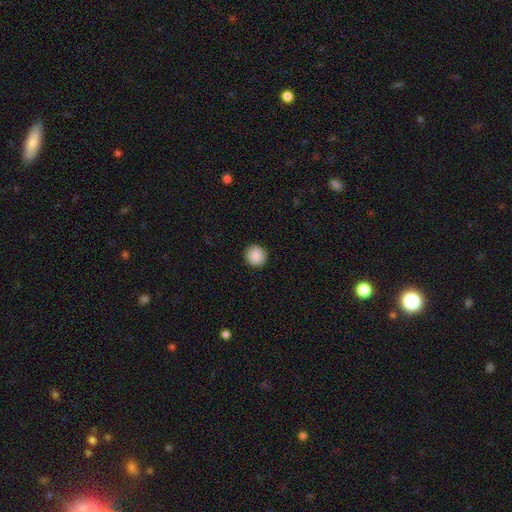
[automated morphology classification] This is clearly a smooth galaxy (89%). How rounded: clearly round (95%). Merging: clearly none (92%).